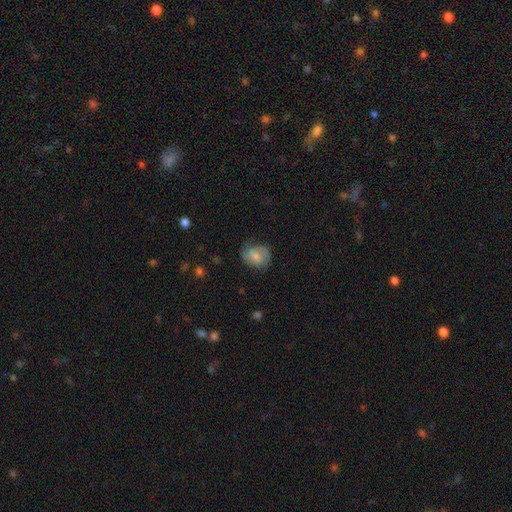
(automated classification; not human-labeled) Smooth or featured?
  - smooth: 58% *
  - featured or disk: 34%
  - star or artifact: 8%
How rounded?
  - round: 53% *
  - in between: 46%
  - cigar-shaped: 1%
Merging?
  - none: 66% *
  - minor disturbance: 25%
  - major disturbance: 8%
  - merger: 1%